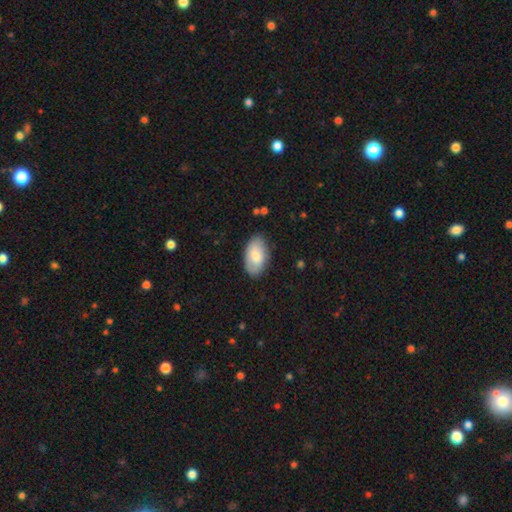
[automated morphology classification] Q: Smooth or featured?
A: smooth (75%); runner-up: featured or disk (19%)
Q: How rounded?
A: in between (95%); runner-up: round (4%)
Q: Merging?
A: none (82%); runner-up: minor disturbance (14%)